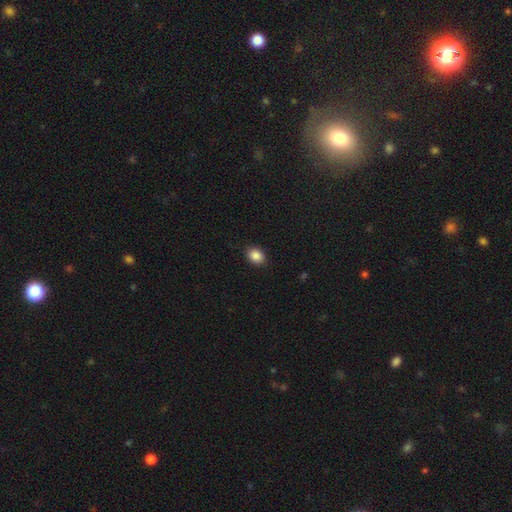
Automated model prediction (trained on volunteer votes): smooth 88%, star or artifact 9%, featured or disk 3%. Down the decision tree: how rounded — in between (60%); merging — none (90%).